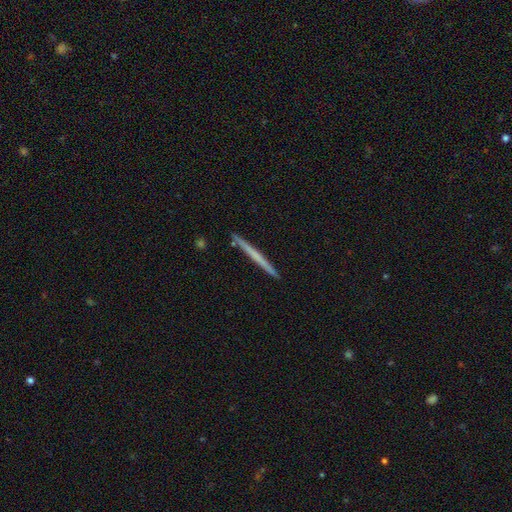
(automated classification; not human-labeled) Smooth or featured: featured or disk — 48% (smooth — 47%)
Merging: none — 92% (minor disturbance — 6%)